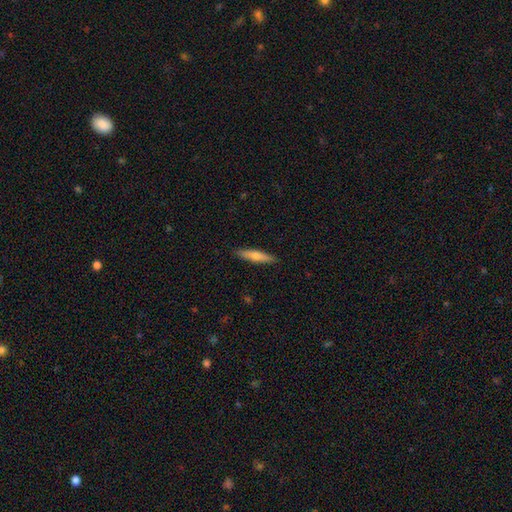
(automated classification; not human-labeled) The model was most divided on "smooth or featured": smooth: 58%, featured or disk: 36%, star or artifact: 6%. More confident: merging — none (90%); how rounded — cigar-shaped (84%).